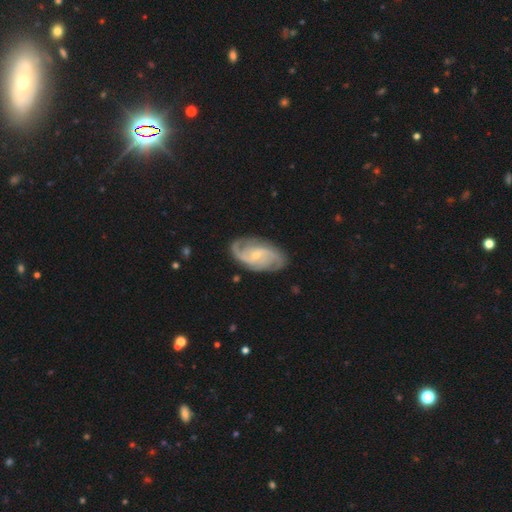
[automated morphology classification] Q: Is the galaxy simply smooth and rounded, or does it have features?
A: featured or disk — 88%.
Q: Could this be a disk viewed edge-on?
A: no — 97%.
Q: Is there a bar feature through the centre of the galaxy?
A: no — 45%.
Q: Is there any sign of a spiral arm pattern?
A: yes — 97%.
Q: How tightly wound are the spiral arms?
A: medium — 48%.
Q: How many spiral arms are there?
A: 2 — 51%.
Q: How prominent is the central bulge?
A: small — 74%.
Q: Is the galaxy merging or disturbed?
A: none — 78%.